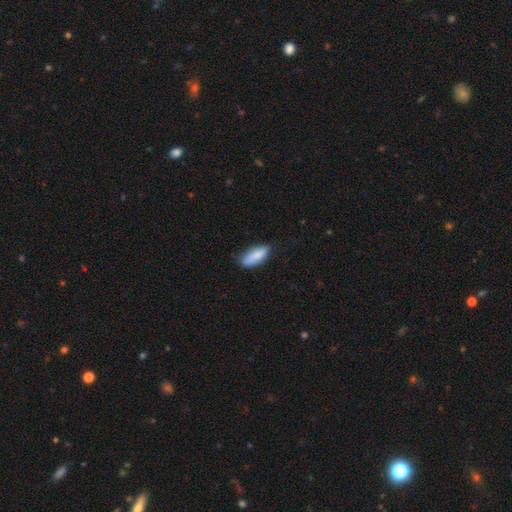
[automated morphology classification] This is clearly a smooth galaxy (86%). How rounded: likely in between (72%). Merging: likely none (73%).